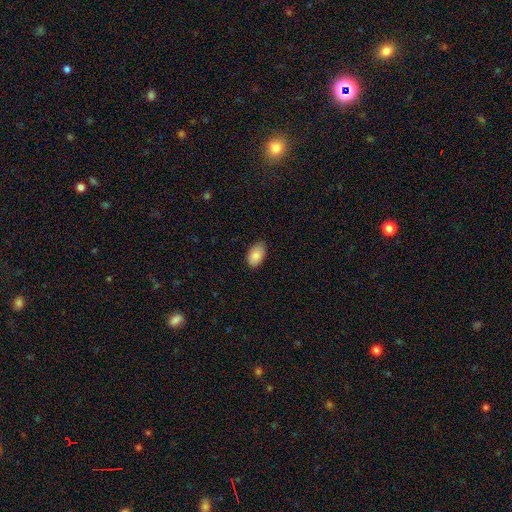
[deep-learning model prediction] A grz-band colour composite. It shows a smooth galaxy with no disk features (87%) that is in between round and cigar-shaped (92%). Merging: none (80%).